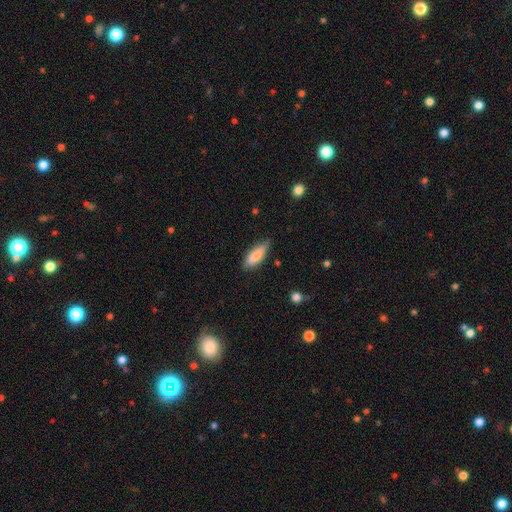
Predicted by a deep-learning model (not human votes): Smooth or featured? smooth (81%)
How rounded? in between (66%)
Merging? none (73%)